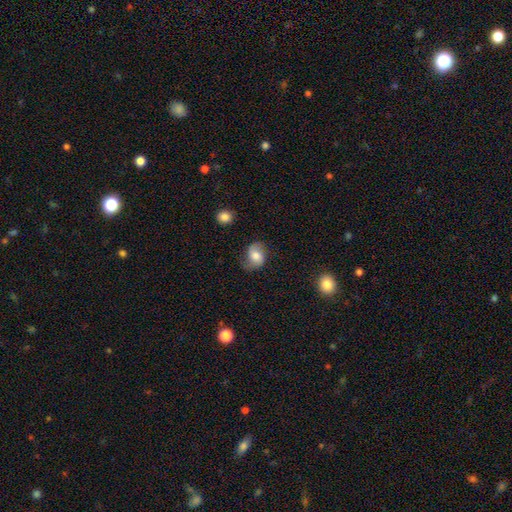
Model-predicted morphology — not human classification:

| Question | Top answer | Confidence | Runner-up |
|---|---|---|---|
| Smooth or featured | smooth | 56% | featured or disk (35%) |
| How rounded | in between | 61% | round (38%) |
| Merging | none | 65% | minor disturbance (24%) |